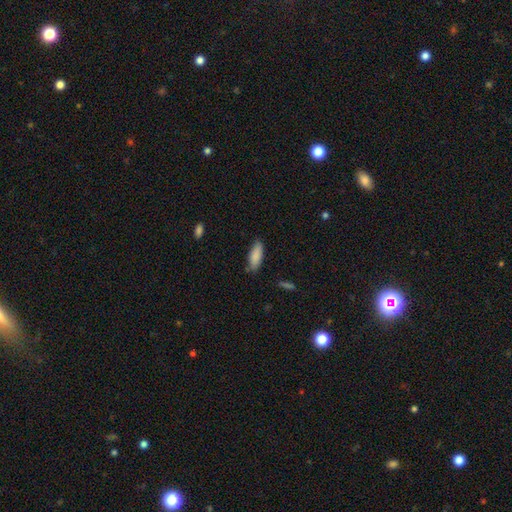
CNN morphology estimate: smooth 87%, featured or disk 7%, star or artifact 6%. Down the decision tree: how rounded — in between (69%); merging — none (78%).